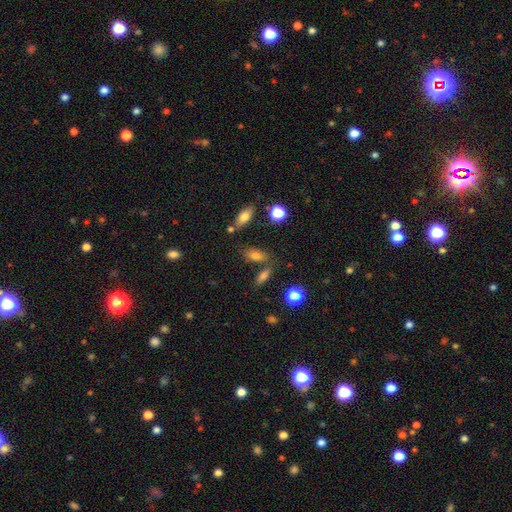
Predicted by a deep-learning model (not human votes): Smooth or featured: smooth — 75% (featured or disk — 13%)
How rounded: in between — 80% (cigar-shaped — 14%)
Merging: none — 63% (merger — 18%)